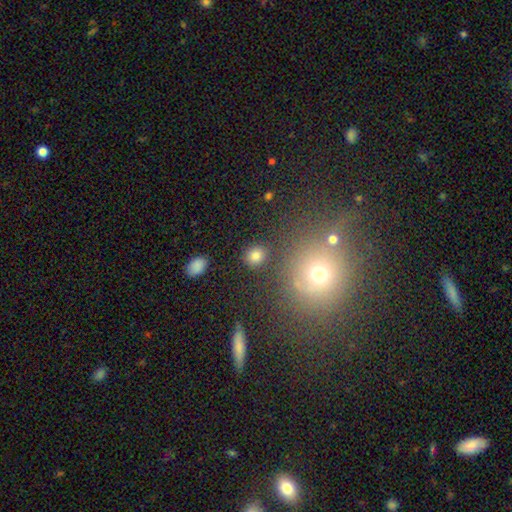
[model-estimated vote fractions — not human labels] smooth-or-featured: smooth: 82% | star or artifact: 13% | featured or disk: 5%
  how-rounded: round: 79% | in between: 20% | cigar-shaped: 1%
  merging: none: 86% | minor disturbance: 7% | merger: 4% | major disturbance: 3%